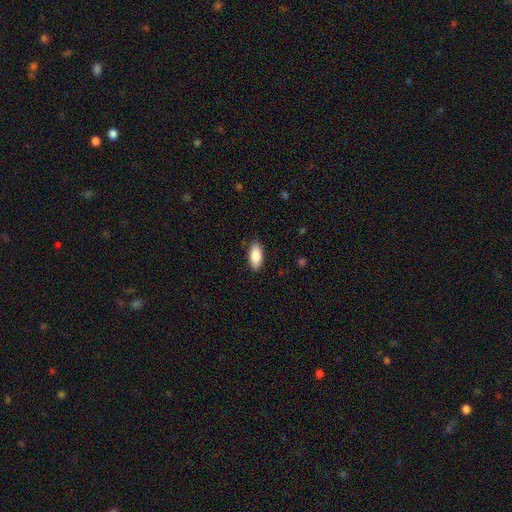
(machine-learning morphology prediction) A smooth galaxy with no disk features (86%) that is in between round and cigar-shaped (89%). Merging: none (86%).